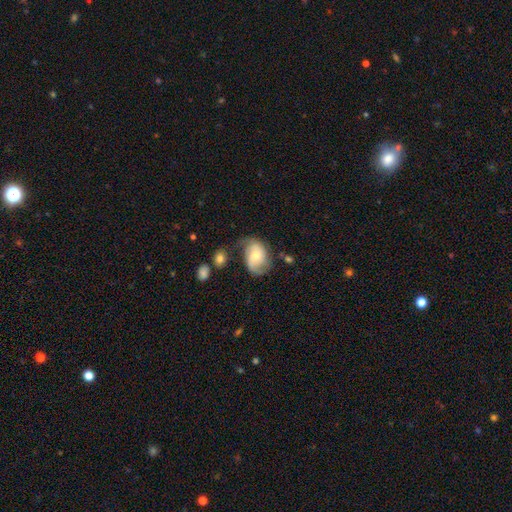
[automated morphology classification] A featured or disk galaxy (63%) with no bar (65%), 2 (79%) medium (44%) spiral arms (89%) and a moderate central bulge (54%). Merging: none (54%).